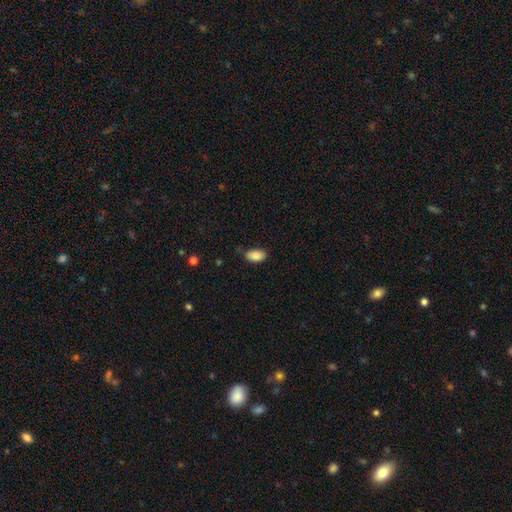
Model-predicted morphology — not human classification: The model was most divided on "merging": none: 74%, minor disturbance: 21%, major disturbance: 3%, merger: 2%. More confident: how rounded — in between (93%); smooth or featured — smooth (88%).